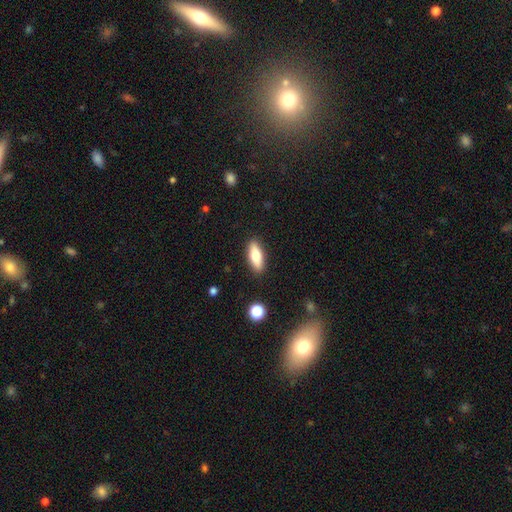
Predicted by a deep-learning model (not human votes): smooth_or_featured: smooth (p=0.69) [alt: featured or disk p=0.24]
how_rounded: in between (p=0.61) [alt: cigar-shaped p=0.36]
merging: none (p=0.89) [alt: minor disturbance p=0.08]